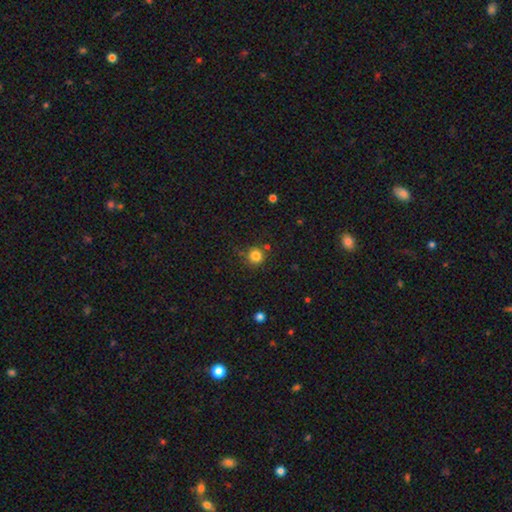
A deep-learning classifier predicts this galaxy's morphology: type=smooth (82%); roundness=round (93%); merging=none (81%).